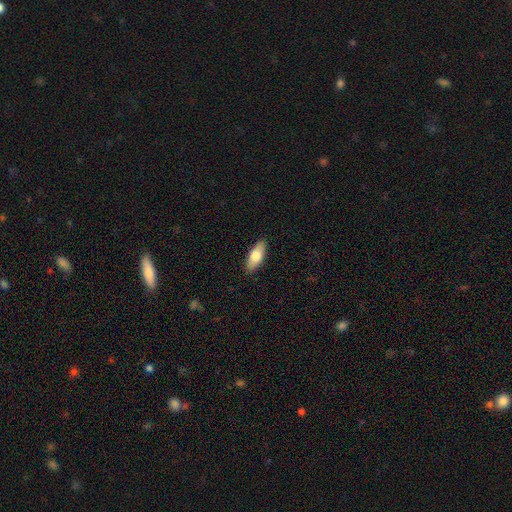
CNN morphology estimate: Smooth or featured: smooth — 72% (featured or disk — 22%)
How rounded: in between — 76% (cigar-shaped — 21%)
Merging: none — 89% (minor disturbance — 8%)